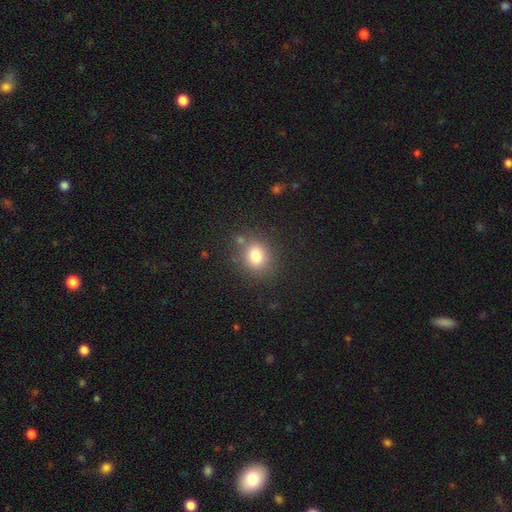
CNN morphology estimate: Smooth or featured? Predicted: smooth (p=0.80). How rounded? Predicted: round (p=0.63). Merging? Predicted: none (p=0.77).